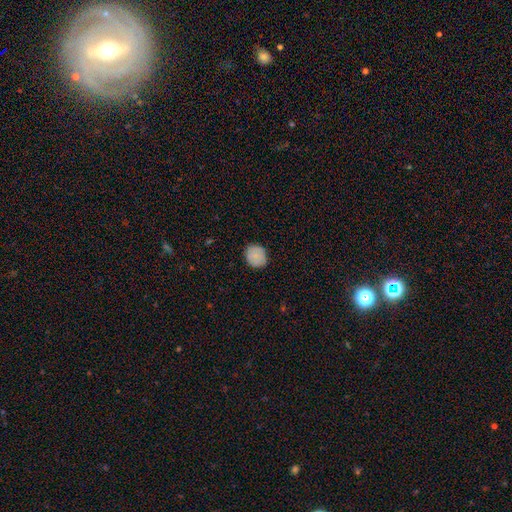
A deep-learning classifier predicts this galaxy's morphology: A smooth galaxy with no disk features (86%) that is round (73%).

Vote fractions:
- Smooth or featured? smooth: 86% / star or artifact: 8% / featured or disk: 6%
- How rounded? round: 73% / in between: 26% / cigar-shaped: 1%
- Merging? none: 84% / minor disturbance: 13% / major disturbance: 2% / merger: 1%